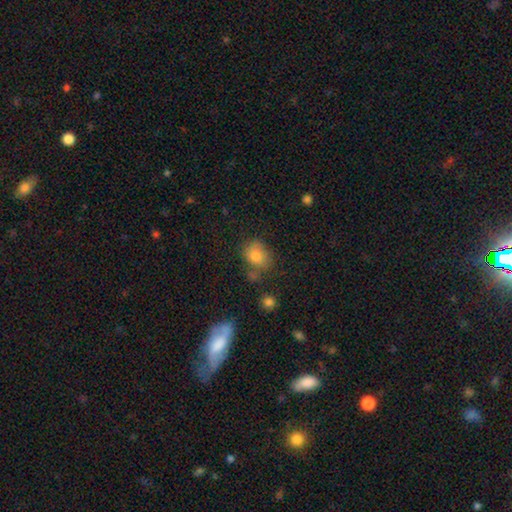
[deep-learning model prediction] The model was most divided on "how rounded": in between: 52%, round: 47%, cigar-shaped: 1%. More confident: smooth or featured — smooth (80%); merging — none (59%).